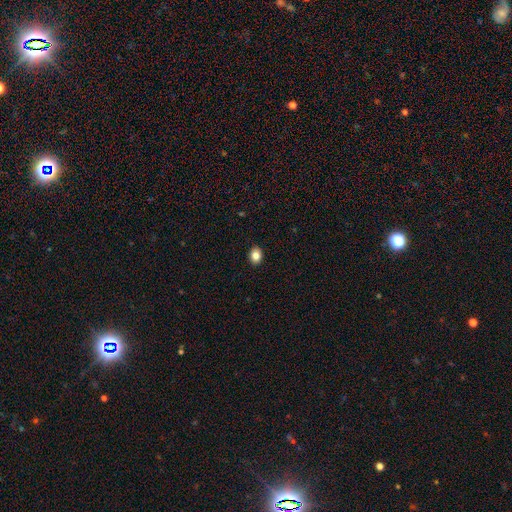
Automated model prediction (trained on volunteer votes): A smooth galaxy with no disk features (84%) that is in between round and cigar-shaped (55%).

Vote fractions:
- Smooth or featured? smooth: 84% / star or artifact: 10% / featured or disk: 7%
- How rounded? in between: 55% / round: 44% / cigar-shaped: 1%
- Merging? none: 91% / minor disturbance: 6% / major disturbance: 2% / merger: 1%